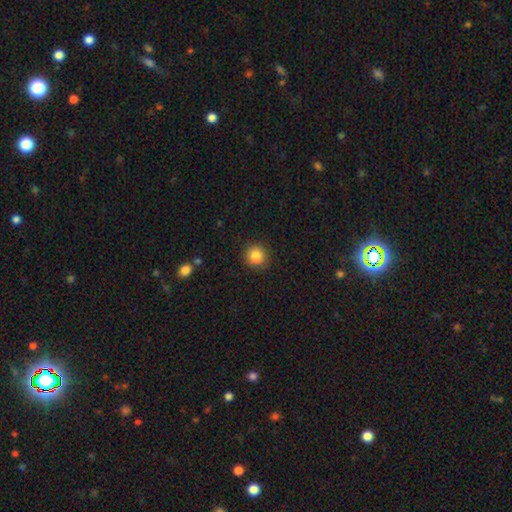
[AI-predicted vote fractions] smooth-or-featured: smooth: 86% | star or artifact: 10% | featured or disk: 4%
  how-rounded: round: 93% | in between: 6% | cigar-shaped: 1%
  merging: none: 89% | minor disturbance: 7% | major disturbance: 2% | merger: 1%